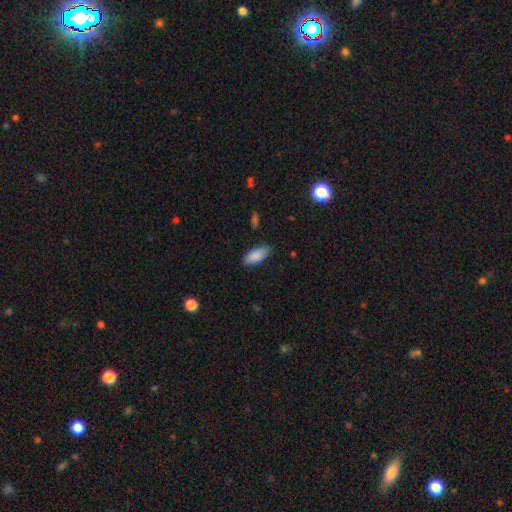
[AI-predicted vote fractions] Overall: smooth (88%). How rounded: in between (88%). Merging: none (84%).